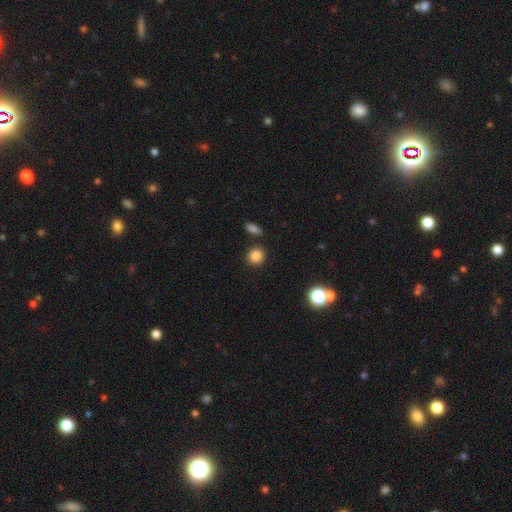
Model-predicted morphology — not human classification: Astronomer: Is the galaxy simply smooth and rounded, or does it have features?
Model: smooth — 85%.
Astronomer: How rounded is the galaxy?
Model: round — 81%.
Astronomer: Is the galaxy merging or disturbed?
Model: none — 84%.